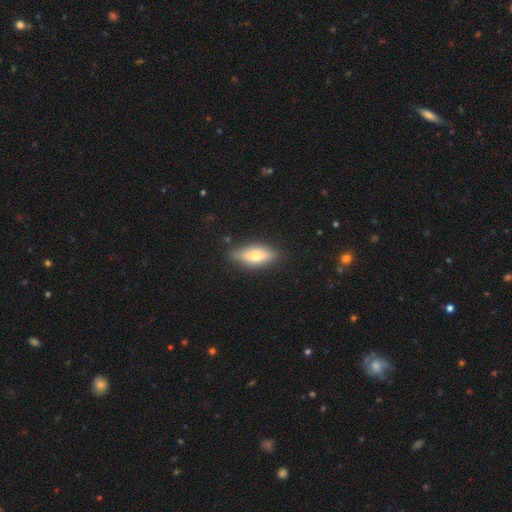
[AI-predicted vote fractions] Smooth or featured? smooth (61%)
How rounded? in between (70%)
Merging? none (82%)